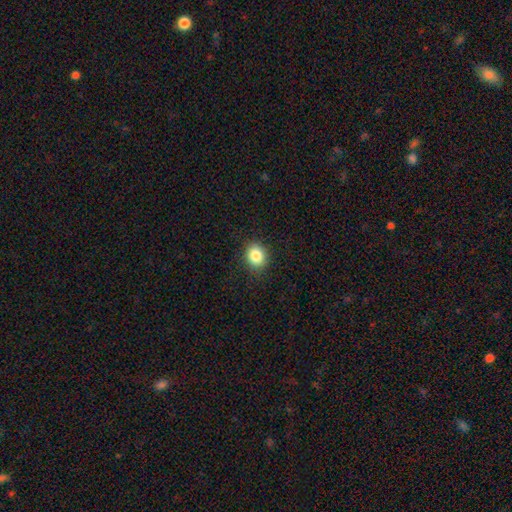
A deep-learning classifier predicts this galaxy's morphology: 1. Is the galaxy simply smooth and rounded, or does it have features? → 84% smooth, 10% star or artifact, 6% featured or disk.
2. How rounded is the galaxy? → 65% round, 34% in between, 1% cigar-shaped.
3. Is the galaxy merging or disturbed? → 88% none, 8% minor disturbance, 2% major disturbance, 1% merger.